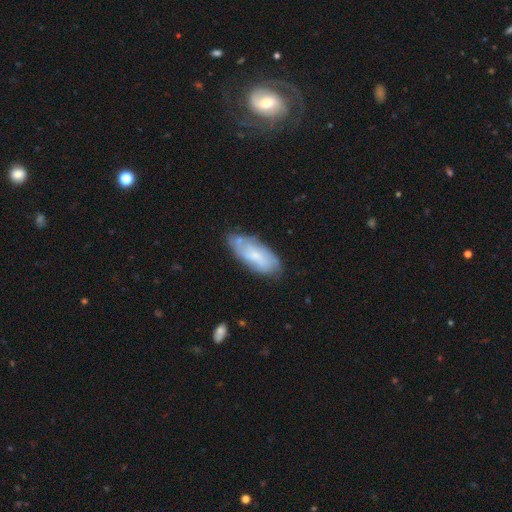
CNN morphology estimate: This appears to be a smooth galaxy with no disk features (47%). Merging: none (68%).